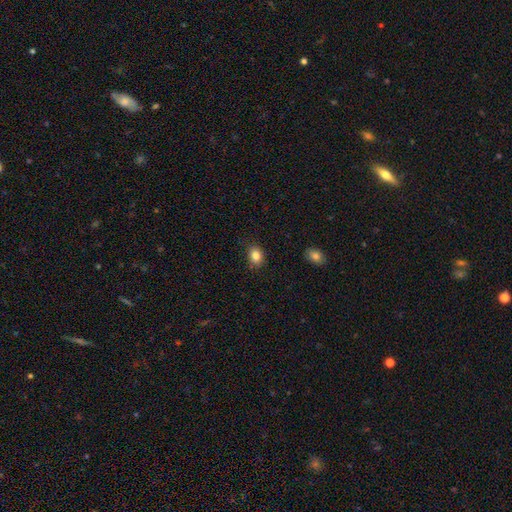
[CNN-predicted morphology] smooth-or-featured: smooth: 84% | star or artifact: 10% | featured or disk: 6%
  how-rounded: in between: 60% | round: 39% | cigar-shaped: 1%
  merging: none: 85% | minor disturbance: 11% | major disturbance: 2% | merger: 1%